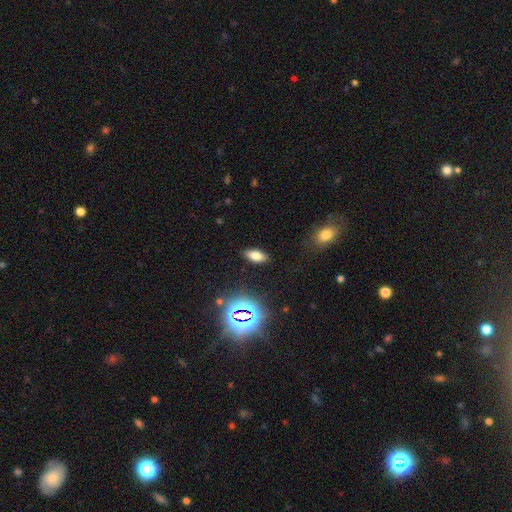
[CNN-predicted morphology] smooth 70%, star or artifact 18%, featured or disk 11%. Down the decision tree: how rounded — in between (84%); merging — none (88%).